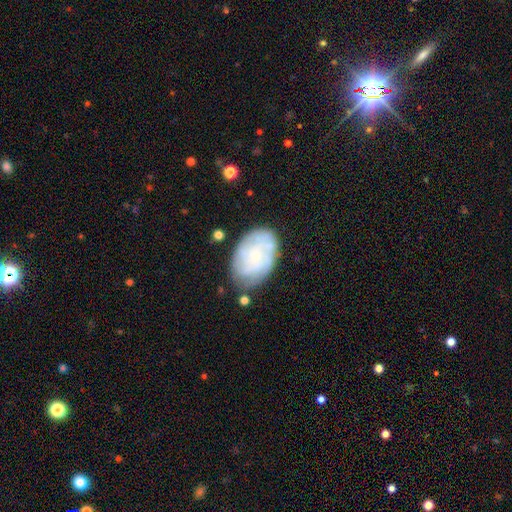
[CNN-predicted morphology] A featured or disk galaxy (55%) with no bar (84%), spiral arms (64%) and a small central bulge (75%).

Vote fractions:
- Smooth or featured? featured or disk: 55% / smooth: 37% / star or artifact: 7%
- Edge-on disk? no: 96% / yes: 4%
- Bar? no: 84% / weak: 14% / strong: 2%
- Spiral arms? yes: 64% / no: 36%
- Bulge size? small: 75% / moderate: 14% / none: 8% / large: 2% / dominant: 1%
- Merging? none: 67% / minor disturbance: 22% / major disturbance: 7% / merger: 4%